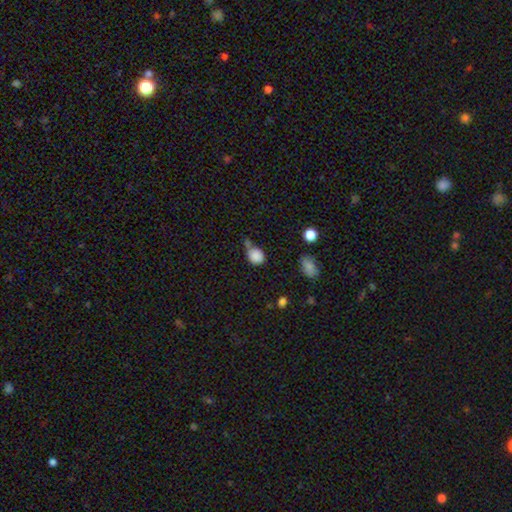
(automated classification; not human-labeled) This is clearly a smooth galaxy (86%). How rounded: likely round (71%). Merging: possibly none (48%).